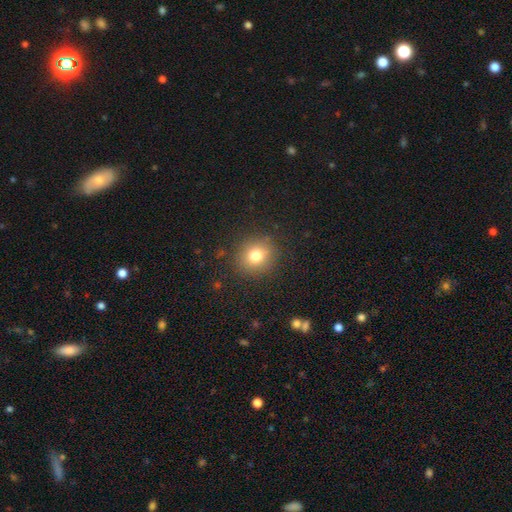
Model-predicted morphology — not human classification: Overall: smooth (78%). How rounded: round (84%). Merging: none (88%).